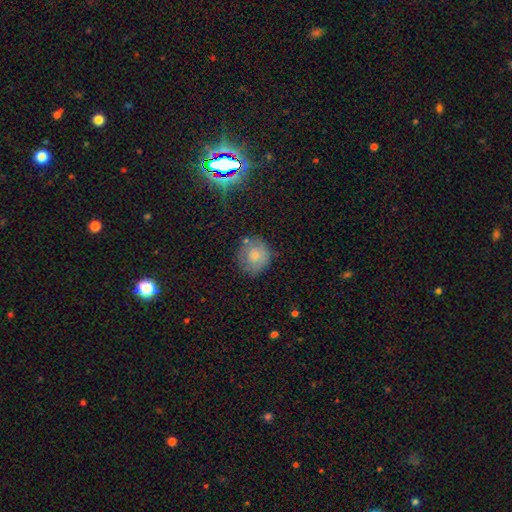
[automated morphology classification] The model was most divided on "merging": none: 69%, minor disturbance: 21%, major disturbance: 6%, merger: 4%. More confident: how rounded — round (87%); smooth or featured — smooth (72%).